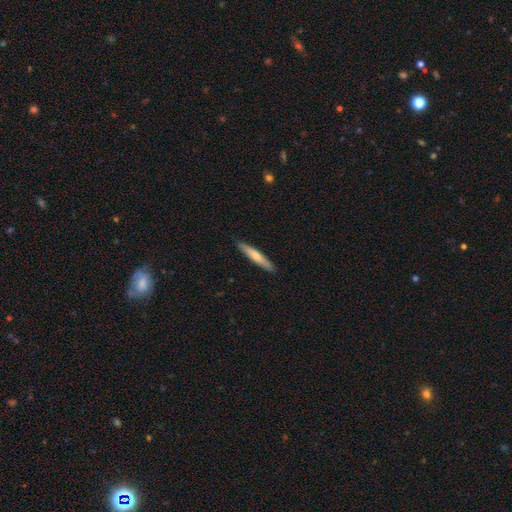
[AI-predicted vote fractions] A smooth galaxy with no disk features (64%) that is cigar-shaped (92%).

Vote fractions:
- Smooth or featured? smooth: 64% / featured or disk: 31% / star or artifact: 5%
- How rounded? cigar-shaped: 92% / in between: 7% / round: 1%
- Merging? none: 90% / minor disturbance: 8% / major disturbance: 1% / merger: 1%